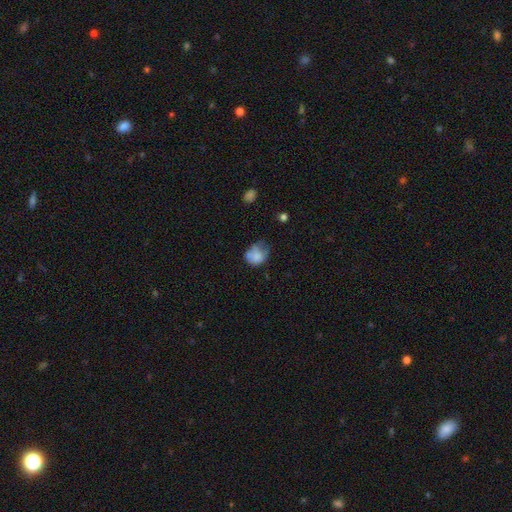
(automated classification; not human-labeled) Q: Smooth or featured?
A: smooth (72%); runner-up: featured or disk (18%)
Q: How rounded?
A: round (57%); runner-up: in between (42%)
Q: Merging?
A: none (37%); runner-up: minor disturbance (36%)